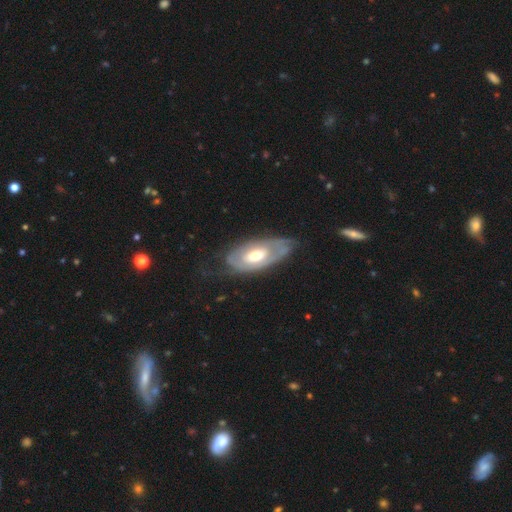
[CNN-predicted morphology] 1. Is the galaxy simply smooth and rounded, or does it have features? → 69% featured or disk, 26% smooth, 5% star or artifact.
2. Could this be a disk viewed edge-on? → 88% no, 12% yes.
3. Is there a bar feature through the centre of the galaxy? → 69% no, 24% weak, 7% strong.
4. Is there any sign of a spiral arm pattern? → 59% yes, 41% no.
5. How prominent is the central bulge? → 69% moderate, 15% small, 14% large, 1% dominant, 1% none.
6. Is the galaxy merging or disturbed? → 55% none, 27% minor disturbance, 16% major disturbance, 2% merger.